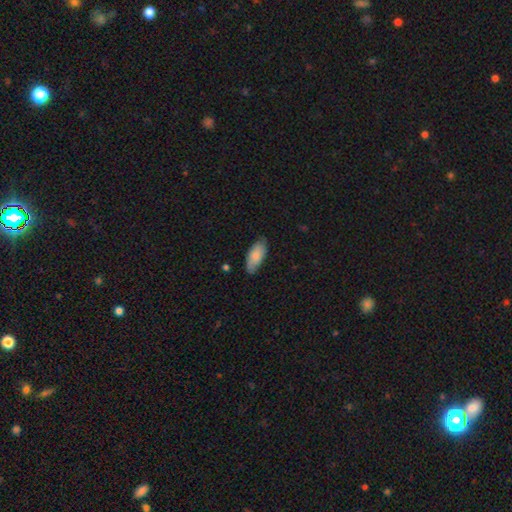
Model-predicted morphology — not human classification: The model was most divided on "merging": none: 78%, minor disturbance: 18%, major disturbance: 3%, merger: 1%. More confident: how rounded — in between (87%); smooth or featured — smooth (80%).